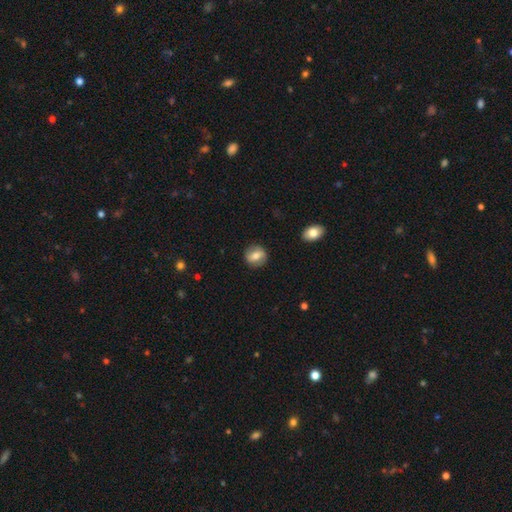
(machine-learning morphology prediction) The model was most divided on "smooth or featured": smooth: 61%, featured or disk: 32%, star or artifact: 7%. More confident: merging — none (86%); how rounded — round (73%).